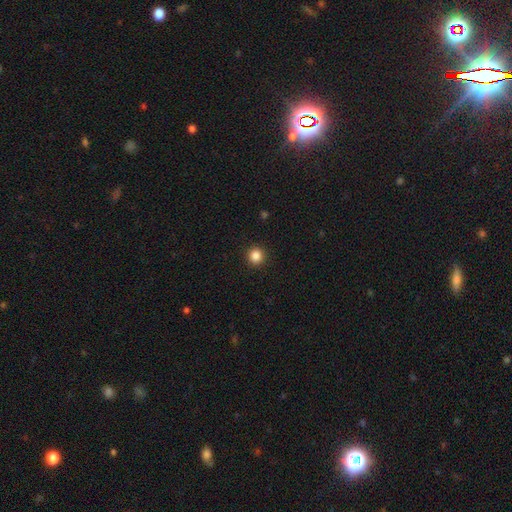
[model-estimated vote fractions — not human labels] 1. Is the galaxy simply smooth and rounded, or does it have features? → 85% smooth, 11% star or artifact, 3% featured or disk.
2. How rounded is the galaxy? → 93% round, 6% in between, 1% cigar-shaped.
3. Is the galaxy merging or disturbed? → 92% none, 5% minor disturbance, 2% major disturbance, 1% merger.